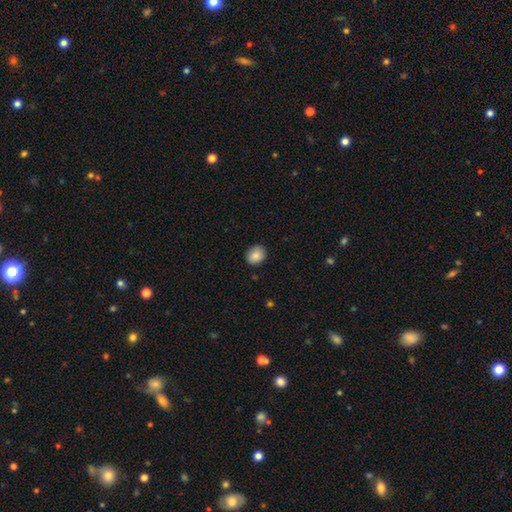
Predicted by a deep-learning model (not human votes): A smooth galaxy with no disk features (87%) that is round (60%).

Vote fractions:
- Smooth or featured? smooth: 87% / star or artifact: 8% / featured or disk: 5%
- How rounded? round: 60% / in between: 39% / cigar-shaped: 1%
- Merging? none: 88% / minor disturbance: 9% / major disturbance: 2% / merger: 1%